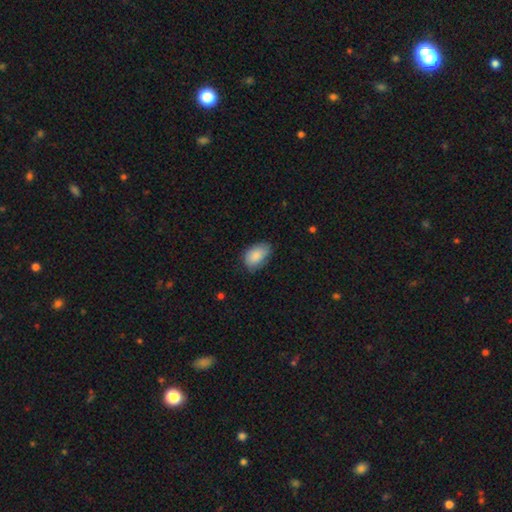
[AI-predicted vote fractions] Morphology: type=smooth (87%); roundness=in between (91%); merging=none (68%).